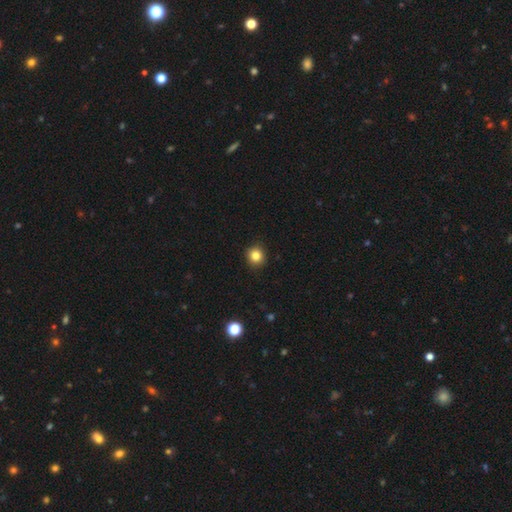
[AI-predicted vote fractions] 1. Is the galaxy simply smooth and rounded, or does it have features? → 84% smooth, 11% star or artifact, 5% featured or disk.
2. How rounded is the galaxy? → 90% round, 9% in between, 1% cigar-shaped.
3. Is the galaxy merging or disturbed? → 91% none, 6% minor disturbance, 2% major disturbance, 1% merger.